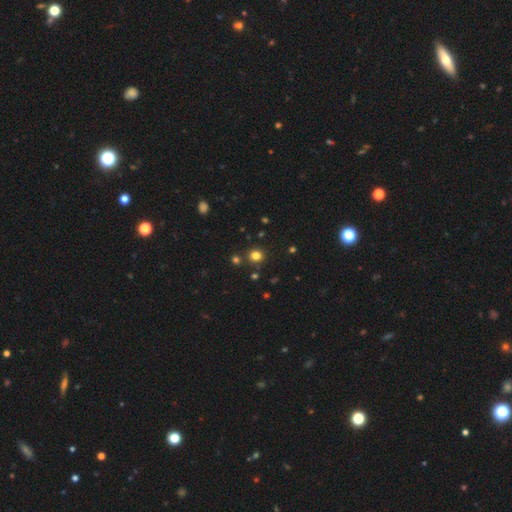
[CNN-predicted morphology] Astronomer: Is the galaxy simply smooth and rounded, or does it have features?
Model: smooth — 77%.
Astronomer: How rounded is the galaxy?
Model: round — 88%.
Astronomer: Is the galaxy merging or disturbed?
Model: none — 84%.